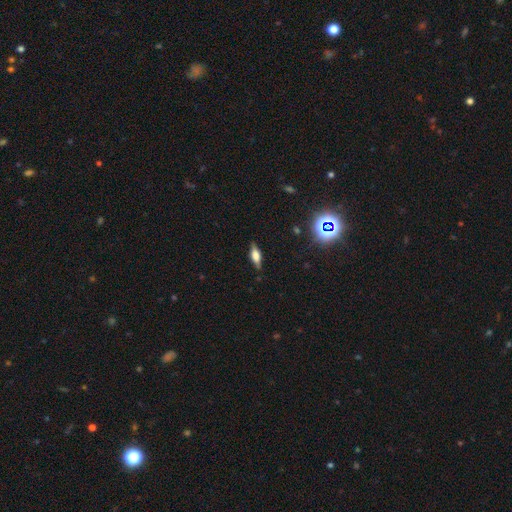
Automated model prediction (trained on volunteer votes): smooth-or-featured: smooth: 49% | featured or disk: 39% | star or artifact: 12%
  merging: none: 82% | minor disturbance: 13% | major disturbance: 3% | merger: 1%